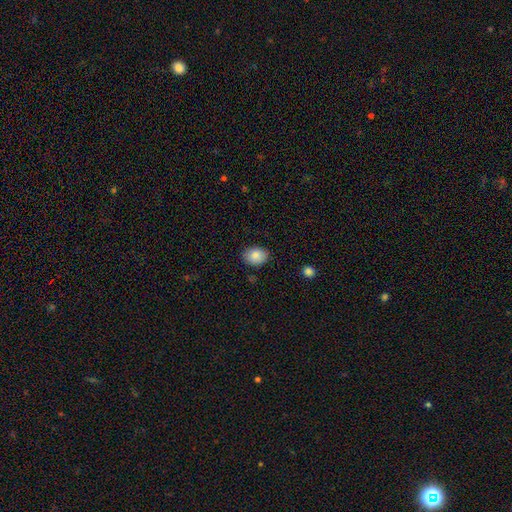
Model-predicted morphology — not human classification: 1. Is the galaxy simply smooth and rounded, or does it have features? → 86% smooth, 7% star or artifact, 6% featured or disk.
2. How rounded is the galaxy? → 67% in between, 32% round, 1% cigar-shaped.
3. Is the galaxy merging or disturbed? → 84% none, 12% minor disturbance, 3% major disturbance, 1% merger.